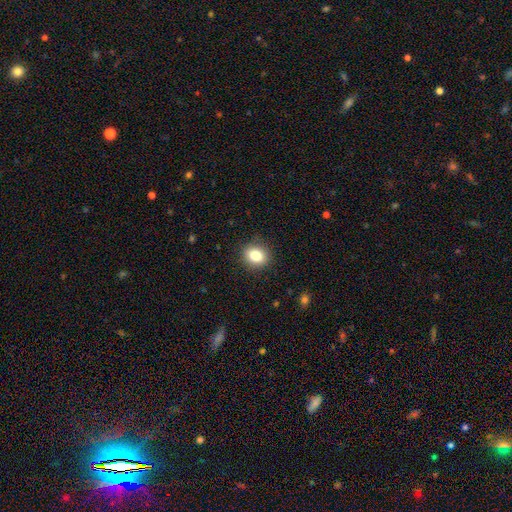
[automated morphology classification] Smooth or featured? smooth (83%)
How rounded? round (54%)
Merging? none (89%)